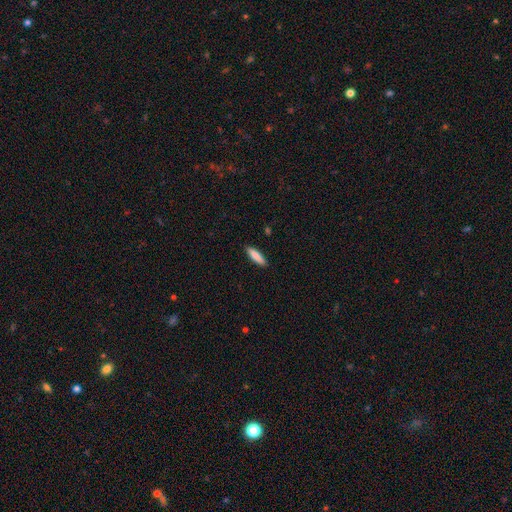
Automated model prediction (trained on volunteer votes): This appears to be a smooth galaxy with no disk features (85%) that is cigar-shaped (68%). Merging: none (89%).